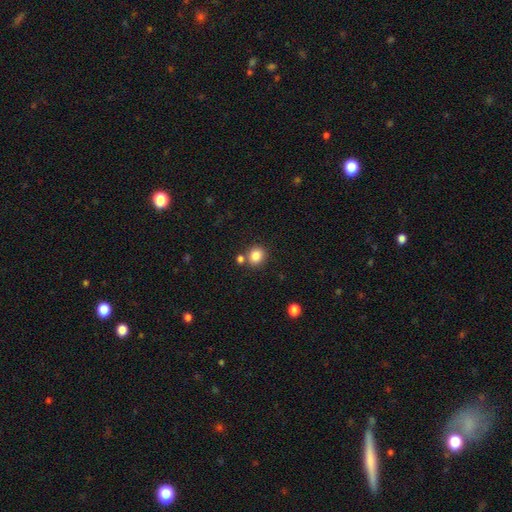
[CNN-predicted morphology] A smooth galaxy with no disk features (84%) that is round (76%). Merging: none (73%).